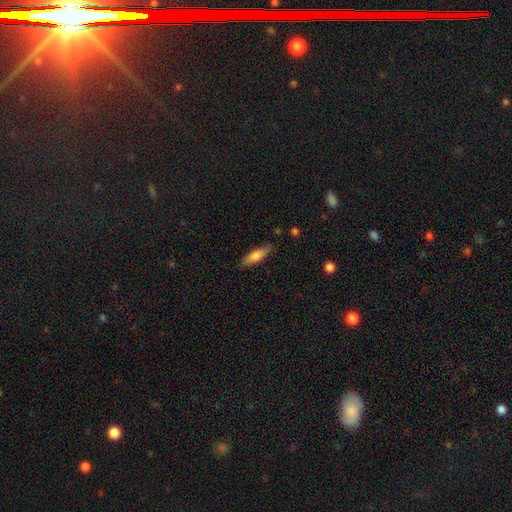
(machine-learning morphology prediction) Q: Smooth or featured?
A: smooth (72%); runner-up: featured or disk (22%)
Q: How rounded?
A: cigar-shaped (57%); runner-up: in between (41%)
Q: Merging?
A: none (82%); runner-up: minor disturbance (14%)